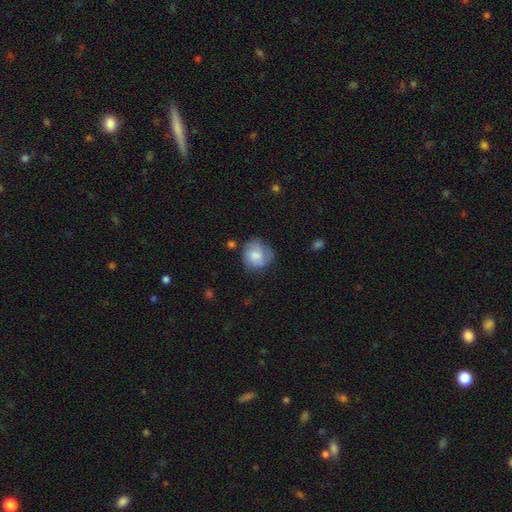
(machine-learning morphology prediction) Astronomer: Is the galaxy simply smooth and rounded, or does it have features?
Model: smooth — 68%.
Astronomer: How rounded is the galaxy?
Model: round — 79%.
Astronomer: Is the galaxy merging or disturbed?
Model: none — 59%.